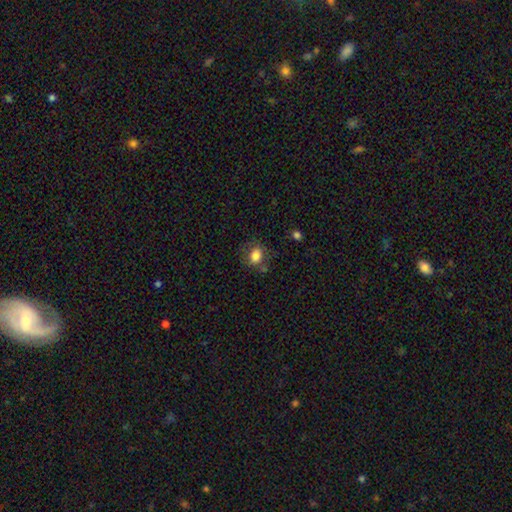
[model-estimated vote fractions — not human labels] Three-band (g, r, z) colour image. It shows a smooth galaxy with no disk features (80%) that is in between round and cigar-shaped (54%). Merging: none (64%).